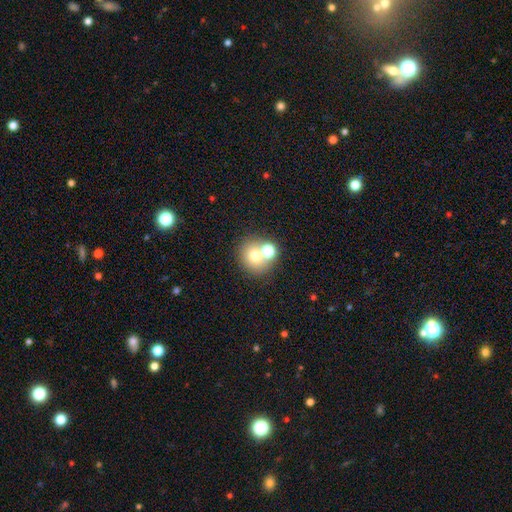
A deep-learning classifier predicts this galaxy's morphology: The model was most divided on "merging": none: 52%, merger: 38%, minor disturbance: 7%, major disturbance: 3%. More confident: how rounded — round (82%); smooth or featured — smooth (69%).